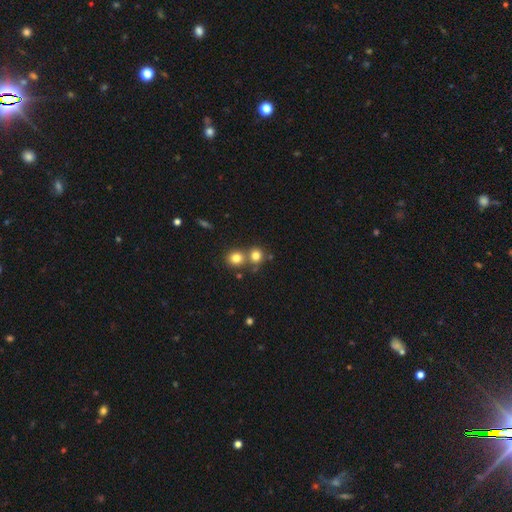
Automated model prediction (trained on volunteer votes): This is likely a smooth galaxy (78%). How rounded: clearly round (86%). Merging: possibly none (56%).